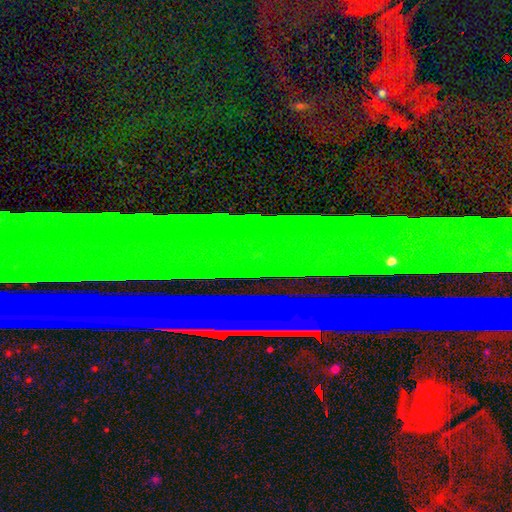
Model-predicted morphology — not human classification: Smooth or featured?
  - star or artifact: 81% *
  - featured or disk: 13%
  - smooth: 6%